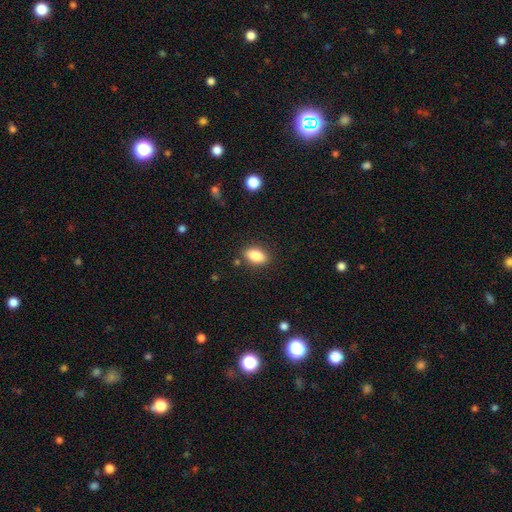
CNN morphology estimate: This appears to be a smooth galaxy with no disk features (86%) that is in between round and cigar-shaped (89%). Merging: none (86%).